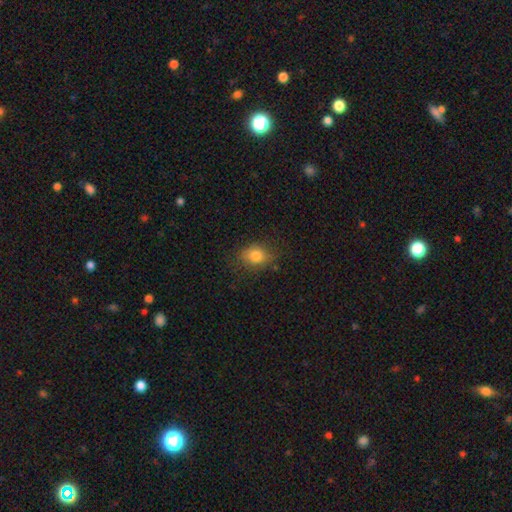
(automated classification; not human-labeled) Smooth or featured? smooth (80%)
How rounded? in between (54%)
Merging? none (73%)